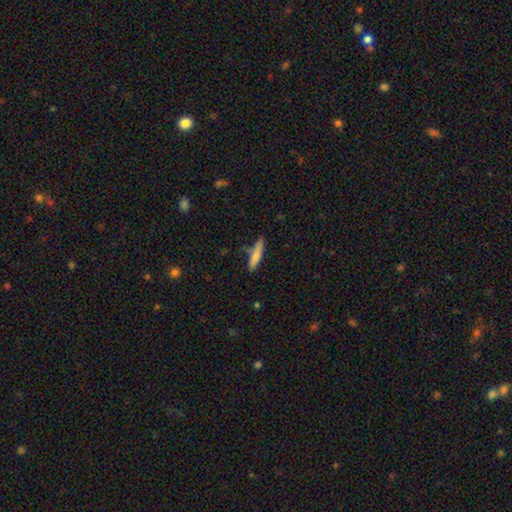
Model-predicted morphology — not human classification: The model was most divided on "merging": none: 72%, minor disturbance: 18%, merger: 5%, major disturbance: 4%. More confident: how rounded — cigar-shaped (86%); smooth or featured — smooth (77%).